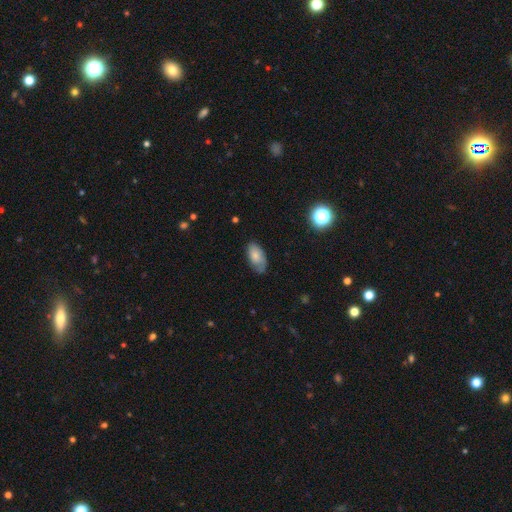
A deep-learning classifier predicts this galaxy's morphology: A smooth galaxy with no disk features (74%) that is in between round and cigar-shaped (93%). Merging: none (66%).